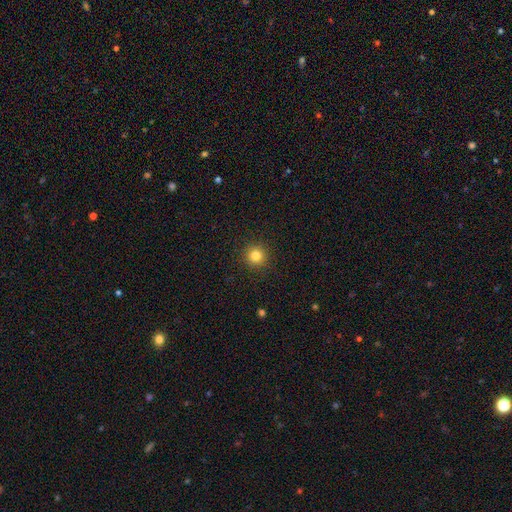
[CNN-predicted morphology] This is clearly a smooth galaxy (82%). How rounded: clearly round (95%). Merging: clearly none (92%).